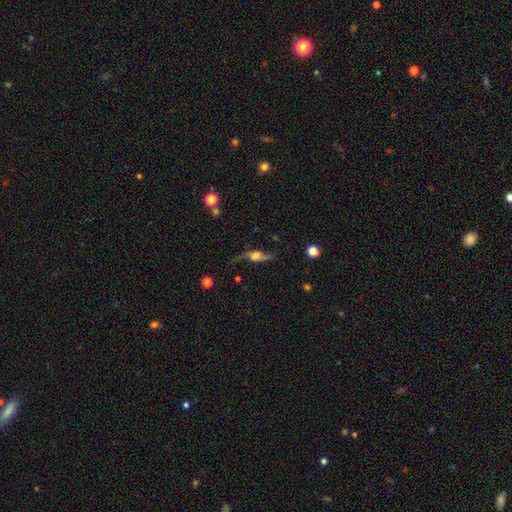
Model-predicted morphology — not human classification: Smooth or featured: featured or disk — 70% (smooth — 20%)
Edge-on disk: no — 60% (yes — 40%)
Merging: none — 54% (minor disturbance — 22%)